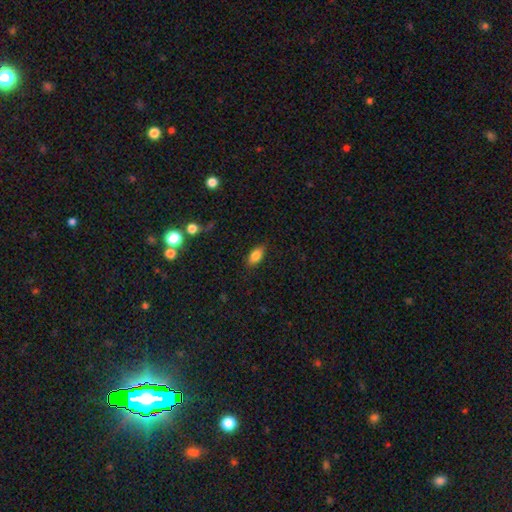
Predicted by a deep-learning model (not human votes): smooth 81%, featured or disk 11%, star or artifact 8%. Down the decision tree: how rounded — in between (86%); merging — none (84%).